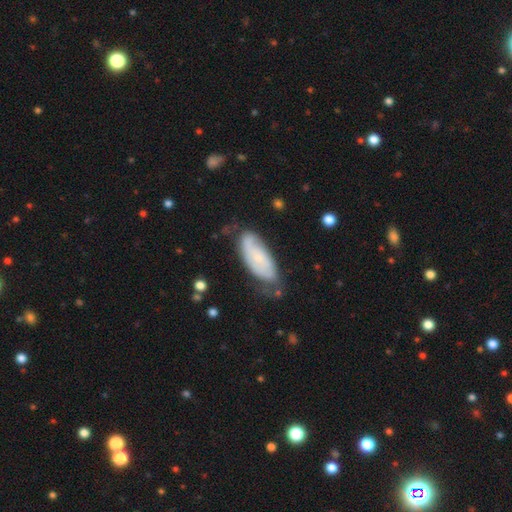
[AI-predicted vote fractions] Smooth or featured: smooth — 47% (featured or disk — 46%)
Merging: none — 55% (minor disturbance — 31%)